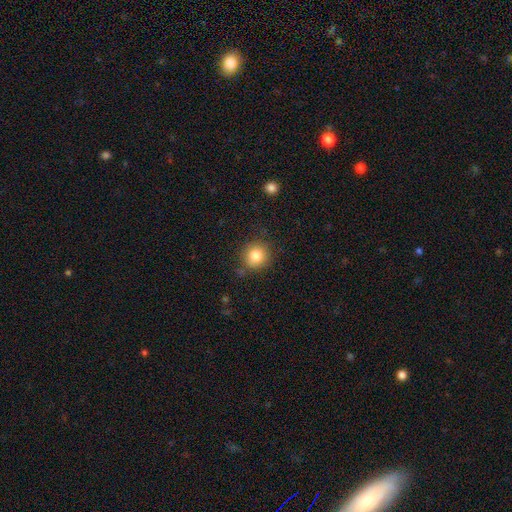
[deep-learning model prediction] The model was most divided on "merging": none: 81%, minor disturbance: 12%, major disturbance: 3%, merger: 3%. More confident: how rounded — round (89%); smooth or featured — smooth (83%).